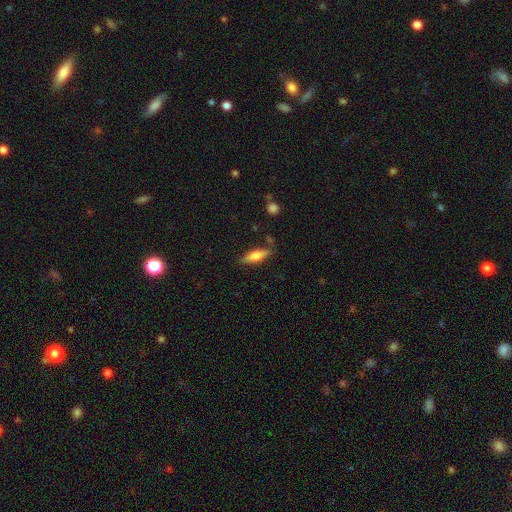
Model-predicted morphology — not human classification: Smooth or featured?
  - smooth: 65% *
  - featured or disk: 28%
  - star or artifact: 7%
How rounded?
  - cigar-shaped: 54% *
  - in between: 44%
  - round: 2%
Merging?
  - none: 79% *
  - minor disturbance: 15%
  - major disturbance: 3%
  - merger: 3%